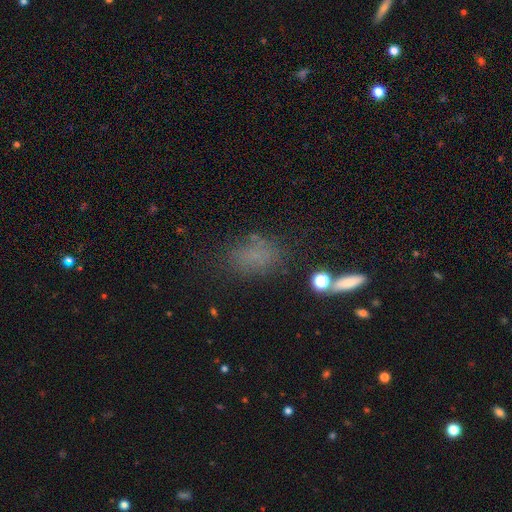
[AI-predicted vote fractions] Q: Smooth or featured?
A: smooth (64%); runner-up: star or artifact (22%)
Q: How rounded?
A: in between (76%); runner-up: round (19%)
Q: Merging?
A: none (60%); runner-up: minor disturbance (20%)